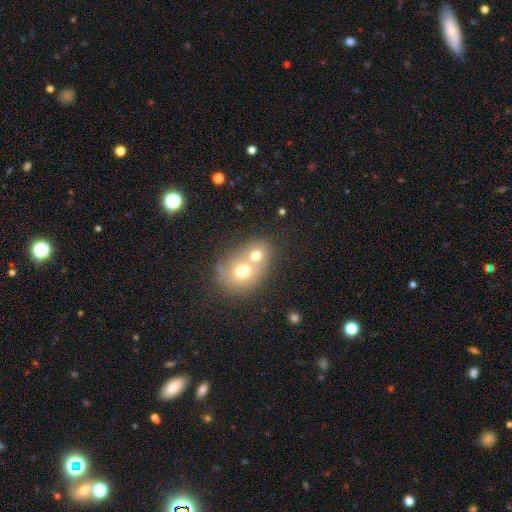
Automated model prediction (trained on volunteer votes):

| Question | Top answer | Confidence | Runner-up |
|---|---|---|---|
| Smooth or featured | smooth | 66% | featured or disk (23%) |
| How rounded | round | 64% | in between (36%) |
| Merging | merger | 68% | none (22%) |